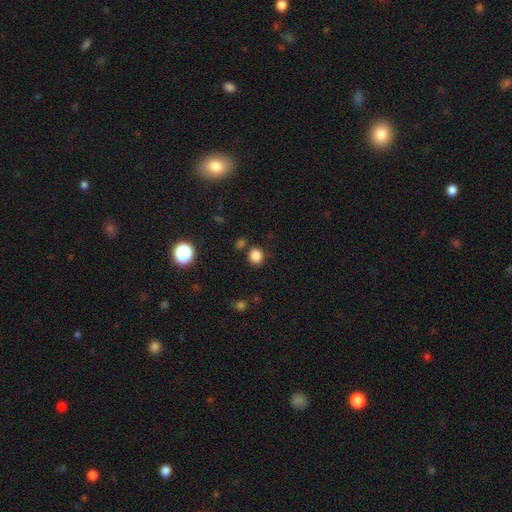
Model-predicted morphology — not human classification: smooth-or-featured: smooth: 83% | star or artifact: 13% | featured or disk: 4%
  how-rounded: round: 81% | in between: 18% | cigar-shaped: 1%
  merging: none: 81% | minor disturbance: 9% | merger: 7% | major disturbance: 3%